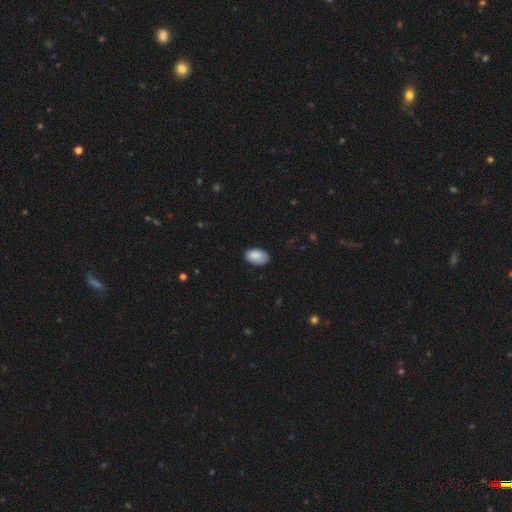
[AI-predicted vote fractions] smooth-or-featured: smooth: 88% | star or artifact: 7% | featured or disk: 6%
  how-rounded: in between: 94% | round: 5% | cigar-shaped: 1%
  merging: none: 79% | minor disturbance: 17% | major disturbance: 3% | merger: 1%